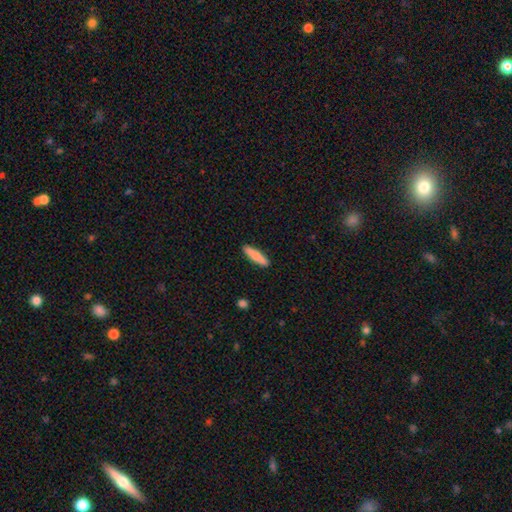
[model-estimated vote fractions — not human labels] smooth_or_featured: smooth (p=0.82) [alt: featured or disk p=0.13]
how_rounded: cigar-shaped (p=0.84) [alt: in between p=0.15]
merging: none (p=0.91) [alt: minor disturbance p=0.07]